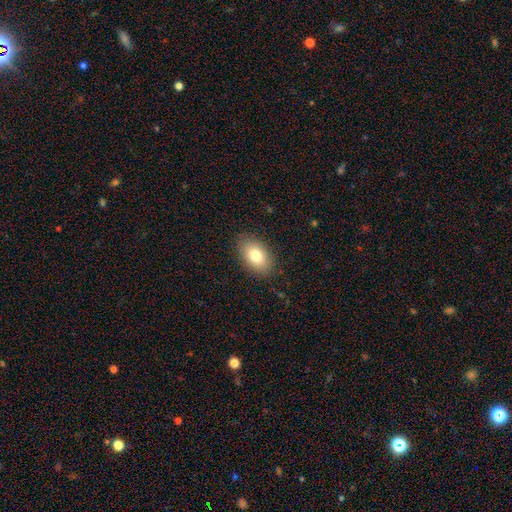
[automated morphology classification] Overall: smooth (80%). How rounded: in between (91%). Merging: none (87%).